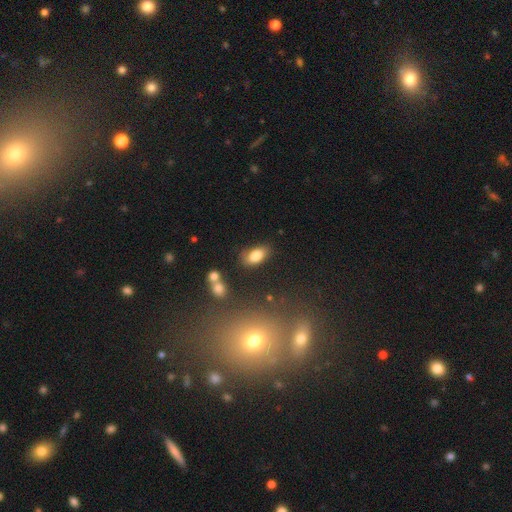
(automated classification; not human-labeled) Smooth or featured?
  - smooth: 82% *
  - featured or disk: 9%
  - star or artifact: 9%
How rounded?
  - in between: 91% *
  - round: 6%
  - cigar-shaped: 3%
Merging?
  - none: 75% *
  - minor disturbance: 16%
  - merger: 5%
  - major disturbance: 4%